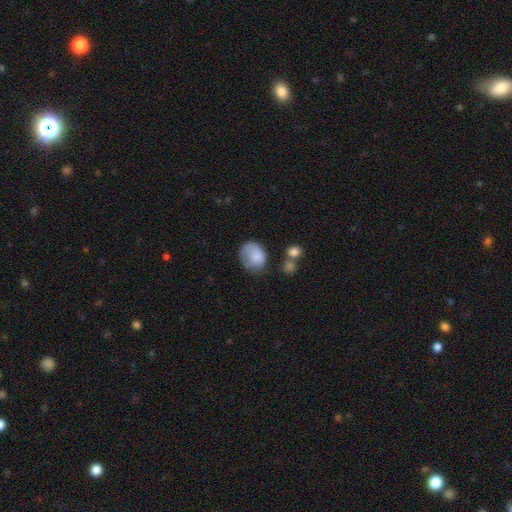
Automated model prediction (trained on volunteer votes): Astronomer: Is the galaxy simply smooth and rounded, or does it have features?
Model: smooth — 78%.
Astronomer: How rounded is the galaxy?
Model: in between — 52% (runner-up: round, 47%).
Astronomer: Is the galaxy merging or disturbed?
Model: none — 41% (runner-up: minor disturbance, 31%).